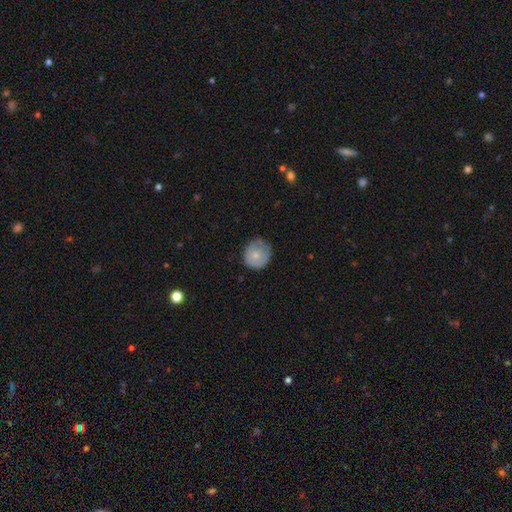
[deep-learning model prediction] A smooth galaxy with no disk features (65%) that is round (82%). Merging: none (66%).